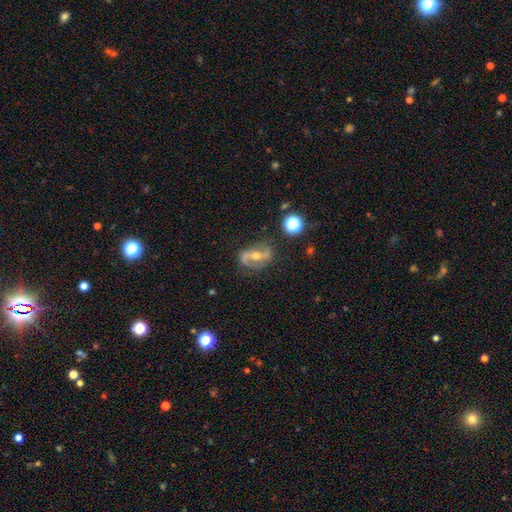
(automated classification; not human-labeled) Morphology: type=featured or disk (84%); edge-on=no (96%); bar=strong (45%); spiral arms=yes (92%); winding=loose (43%); arm count=2 (91%); bulge=moderate (61%); merging=none (78%).